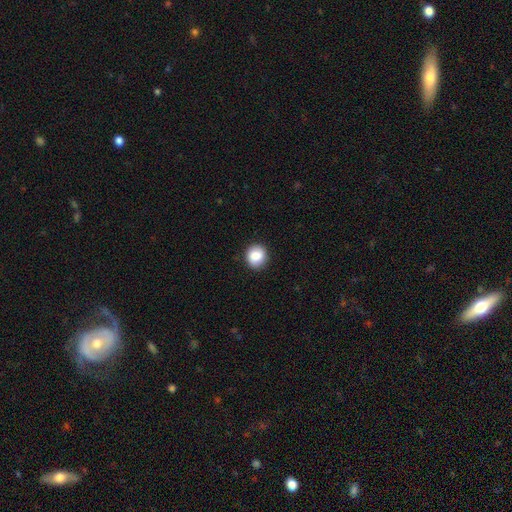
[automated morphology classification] Overall: smooth (86%). How rounded: round (87%). Merging: none (88%).